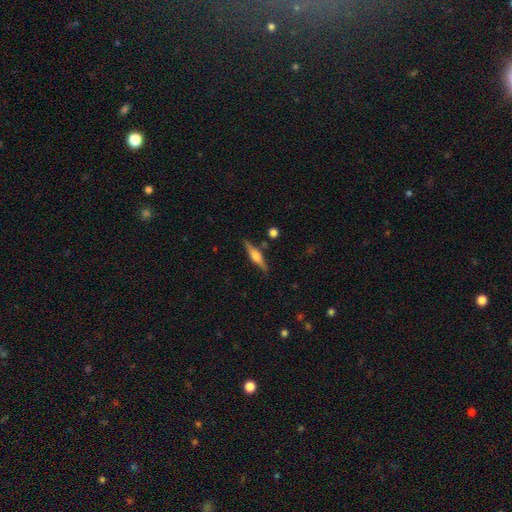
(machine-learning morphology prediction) featured or disk 66%, smooth 28%, star or artifact 6%. Down the decision tree: edge-on disk — yes (97%); edge-on bulge — rounded (87%); merging — none (85%).